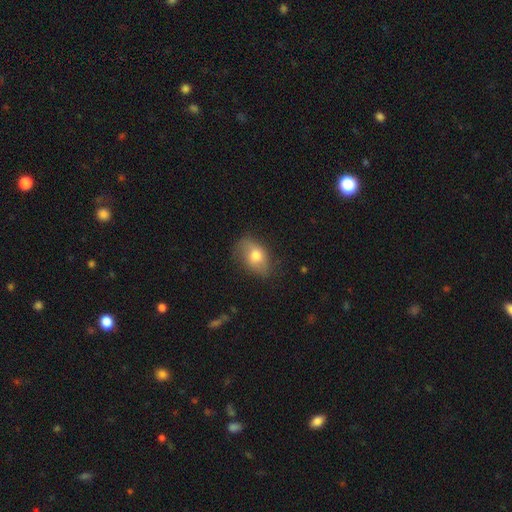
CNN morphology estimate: smooth 65%, featured or disk 27%, star or artifact 8%. Down the decision tree: how rounded — in between (81%); merging — none (67%).